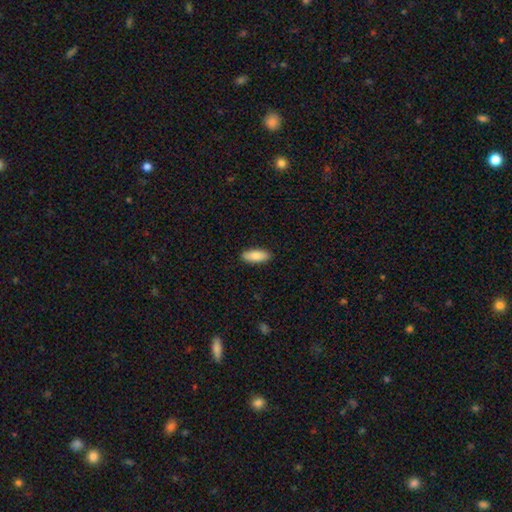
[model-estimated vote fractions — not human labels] Morphology: type=smooth (86%); roundness=in between (77%); merging=none (90%).